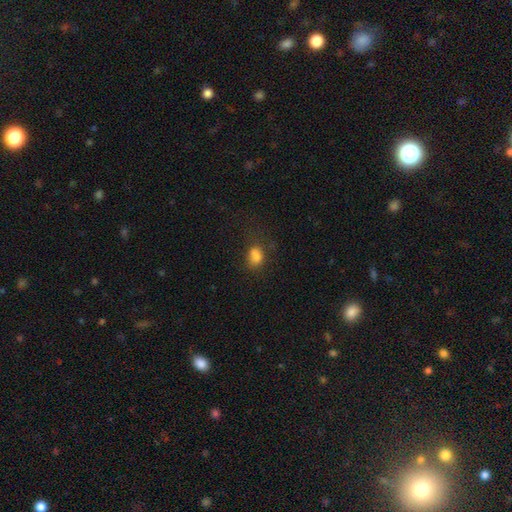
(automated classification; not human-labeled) smooth-or-featured: smooth: 80% | star or artifact: 12% | featured or disk: 7%
  how-rounded: in between: 72% | round: 26% | cigar-shaped: 2%
  merging: none: 55% | minor disturbance: 25% | major disturbance: 16% | merger: 4%